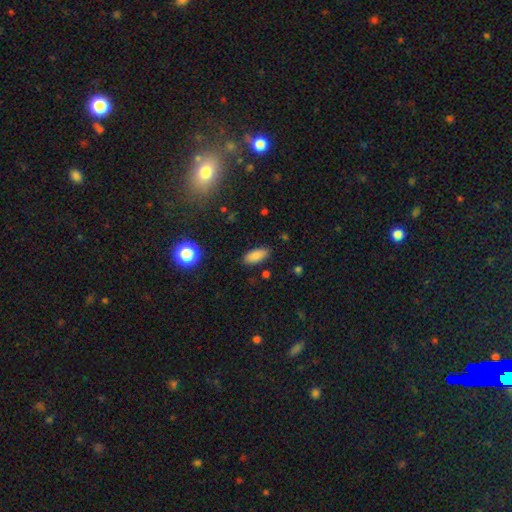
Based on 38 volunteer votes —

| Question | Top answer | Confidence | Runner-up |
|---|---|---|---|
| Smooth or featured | smooth | 84% | featured or disk (8%) |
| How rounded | in between | 84% | cigar-shaped (16%) |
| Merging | none | 89% | minor disturbance (9%) |